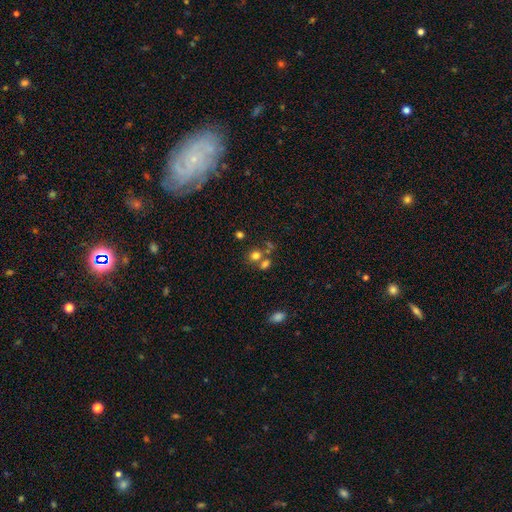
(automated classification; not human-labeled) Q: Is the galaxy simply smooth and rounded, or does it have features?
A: smooth — 74%.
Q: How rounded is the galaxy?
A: round — 72%.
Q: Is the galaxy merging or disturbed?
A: none — 52%.